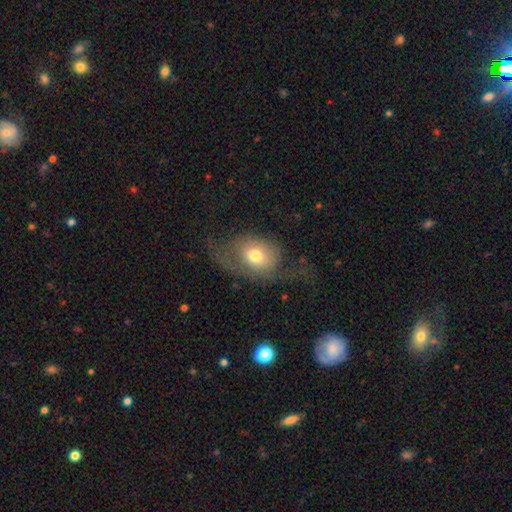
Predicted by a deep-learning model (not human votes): smooth 54%, featured or disk 37%, star or artifact 8%. Down the decision tree: how rounded — in between (66%); merging — major disturbance (42%).